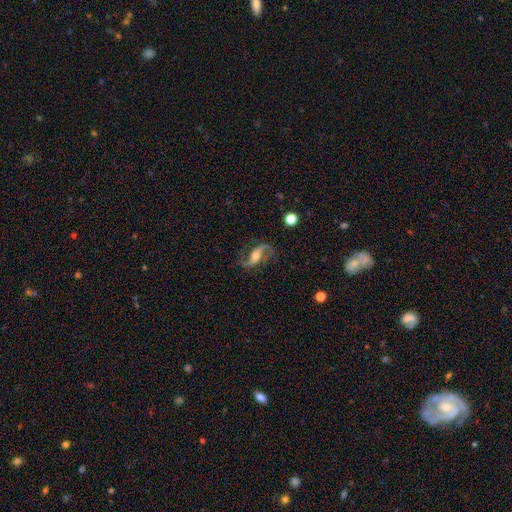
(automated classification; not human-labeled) A featured or disk galaxy (86%) with no bar (38%), 2 (92%) loose (70%) spiral arms (96%) and a moderate central bulge (58%).

Vote fractions:
- Smooth or featured? featured or disk: 86% / smooth: 8% / star or artifact: 6%
- Edge-on disk? no: 95% / yes: 5%
- Bar? no: 38% / weak: 36% / strong: 26%
- Spiral arms? yes: 96% / no: 4%
- Spiral winding? loose: 70% / medium: 25% / tight: 5%
- Spiral arm count? 2: 92% / 1: 3% / can't tell: 2% / 3: 1% / 4: 1% / more than 4: 1%
- Bulge size? moderate: 58% / small: 29% / large: 9% / none: 3% / dominant: 2%
- Merging? none: 76% / minor disturbance: 13% / major disturbance: 9% / merger: 2%